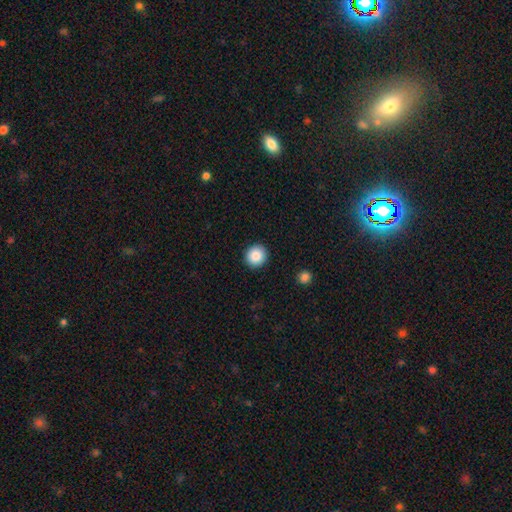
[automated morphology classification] This appears to be a smooth galaxy with no disk features (87%) that is round (93%). Merging: none (92%).